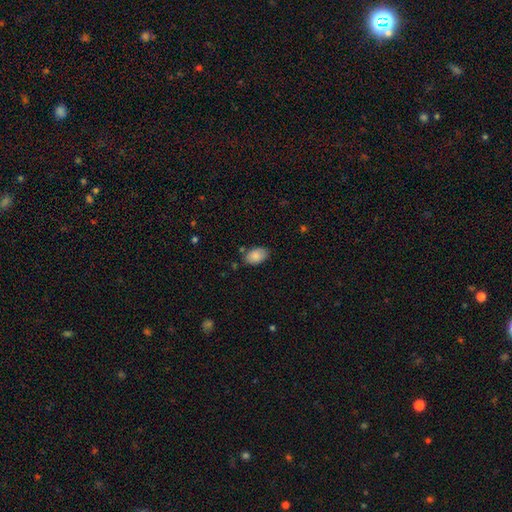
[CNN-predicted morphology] A smooth galaxy with no disk features (85%) that is in between round and cigar-shaped (90%).

Vote fractions:
- Smooth or featured? smooth: 85% / featured or disk: 8% / star or artifact: 7%
- How rounded? in between: 90% / round: 9% / cigar-shaped: 1%
- Merging? none: 77% / minor disturbance: 17% / merger: 4% / major disturbance: 3%